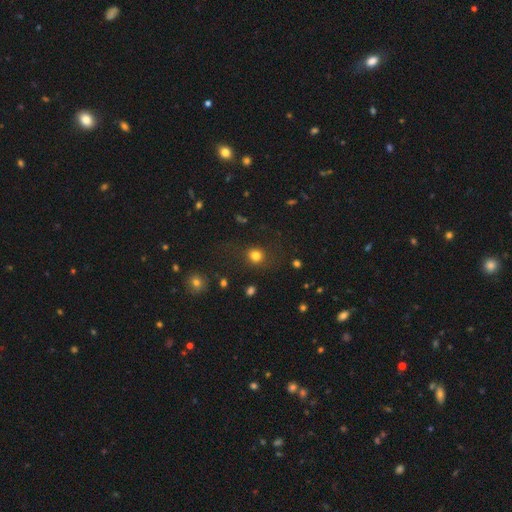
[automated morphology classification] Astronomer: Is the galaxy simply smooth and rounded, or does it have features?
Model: smooth — 79%.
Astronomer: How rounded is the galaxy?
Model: round — 85%.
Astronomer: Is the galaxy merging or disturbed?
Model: none — 81%.